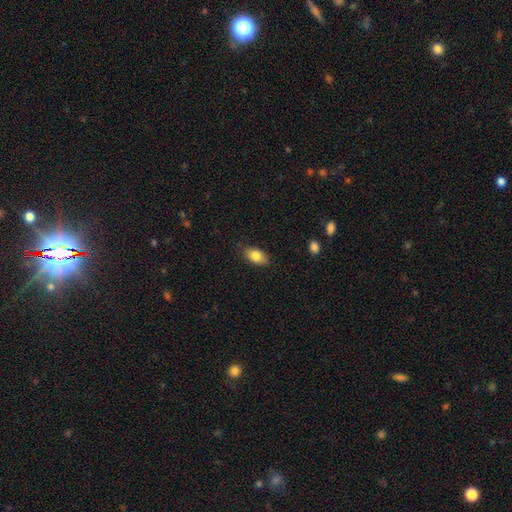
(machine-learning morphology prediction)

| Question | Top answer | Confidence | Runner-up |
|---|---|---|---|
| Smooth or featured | smooth | 83% | featured or disk (9%) |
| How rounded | in between | 89% | round (8%) |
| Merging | none | 81% | minor disturbance (15%) |